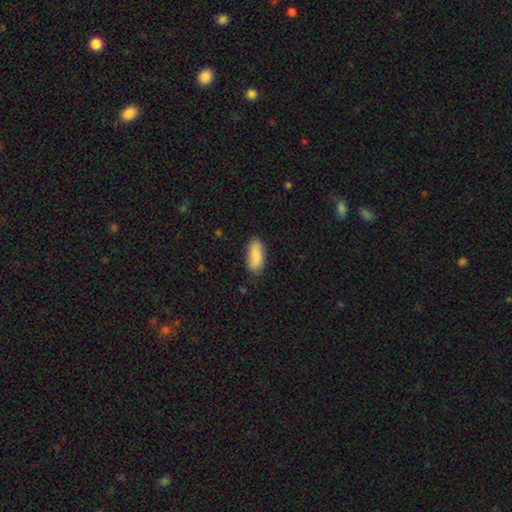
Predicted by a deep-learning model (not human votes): Smooth or featured? smooth (87%)
How rounded? in between (82%)
Merging? none (82%)